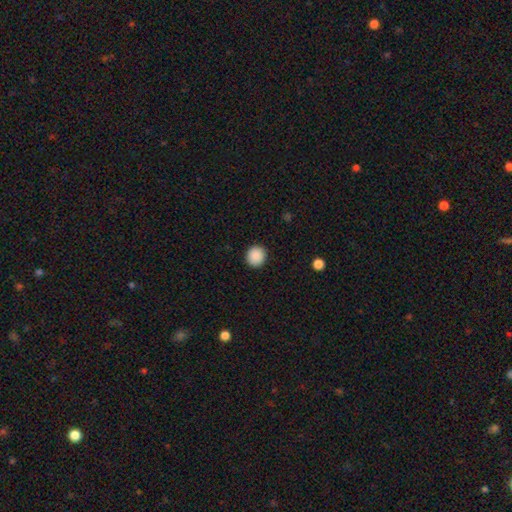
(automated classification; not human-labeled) smooth_or_featured: smooth (p=0.89) [alt: star or artifact p=0.08]
how_rounded: round (p=0.92) [alt: in between p=0.07]
merging: none (p=0.92) [alt: minor disturbance p=0.05]